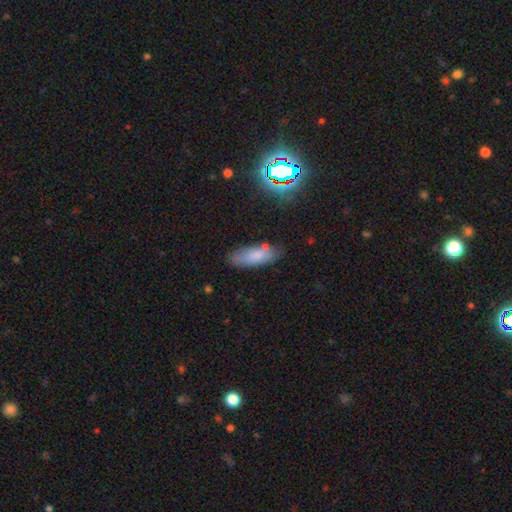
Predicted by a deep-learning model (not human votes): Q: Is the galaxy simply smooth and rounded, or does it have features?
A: smooth — 76%.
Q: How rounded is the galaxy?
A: in between — 69%.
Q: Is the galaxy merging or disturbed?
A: none — 72%.